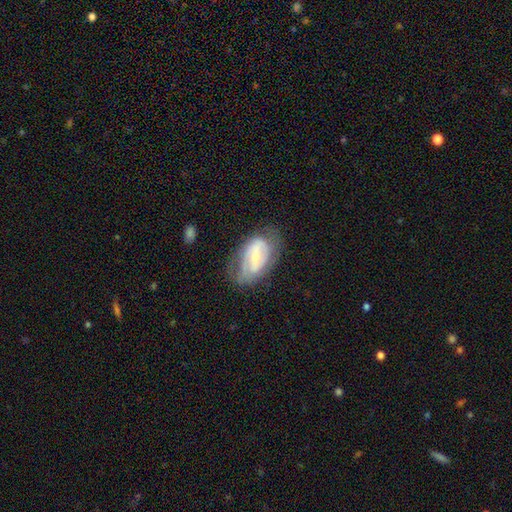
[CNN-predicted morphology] A featured or disk galaxy (64%) with a weak bar (42%), spiral arms (69%) and a small central bulge (57%). Merging: none (59%).